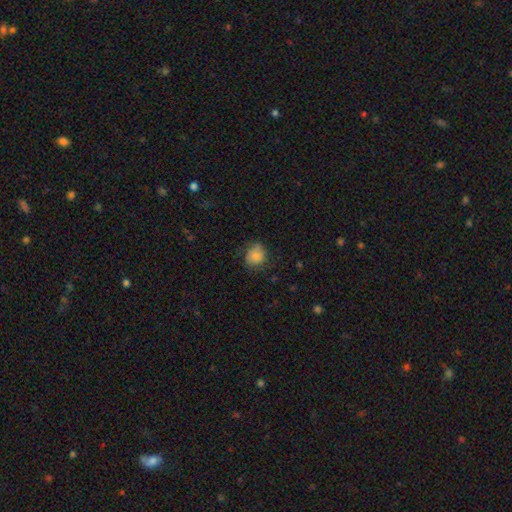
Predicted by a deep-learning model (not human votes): Overall: smooth (78%). How rounded: round (75%). Merging: none (67%).